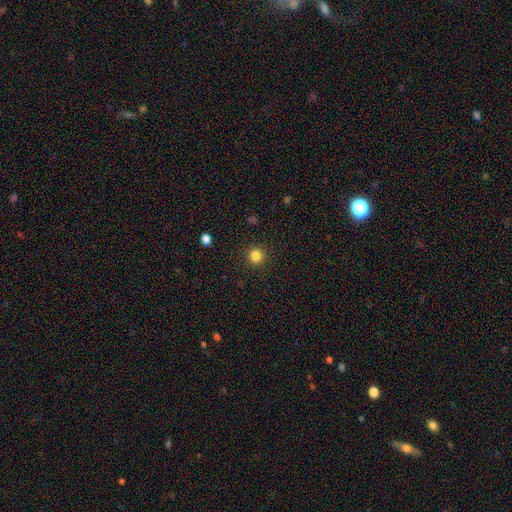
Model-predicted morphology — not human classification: Smooth or featured: smooth — 83% (star or artifact — 13%)
How rounded: round — 94% (in between — 5%)
Merging: none — 91% (minor disturbance — 5%)